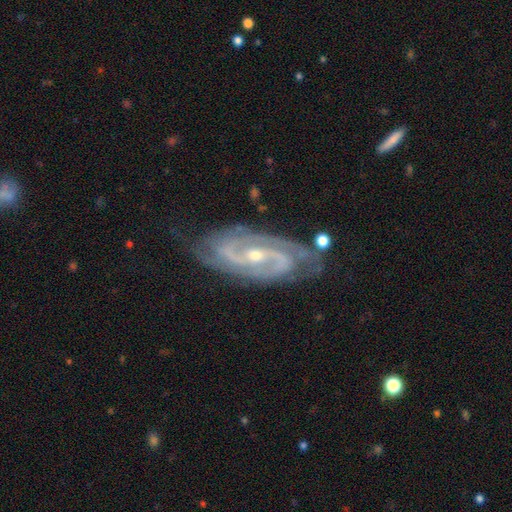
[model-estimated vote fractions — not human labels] Morphology: type=featured or disk (91%); edge-on=no (95%); bar=weak (39%); spiral arms=yes (98%); winding=medium (47%); arm count=2 (78%); bulge=small (60%); merging=none (70%).